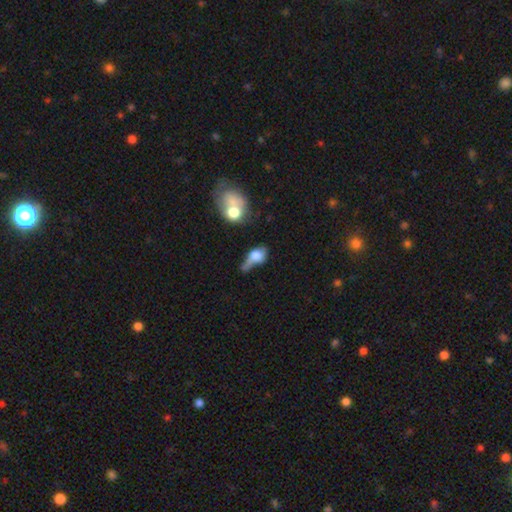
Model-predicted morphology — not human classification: type=smooth (61%); roundness=in between (61%); merging=major disturbance (36%).